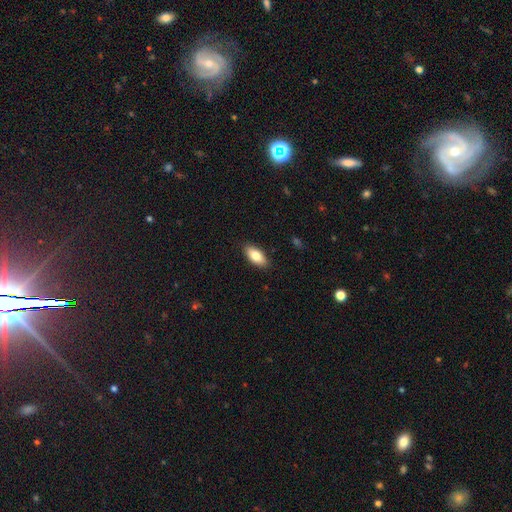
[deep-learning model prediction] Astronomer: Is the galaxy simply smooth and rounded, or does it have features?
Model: smooth — 82%.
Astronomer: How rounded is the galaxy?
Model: in between — 90%.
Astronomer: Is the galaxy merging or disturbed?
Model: none — 89%.